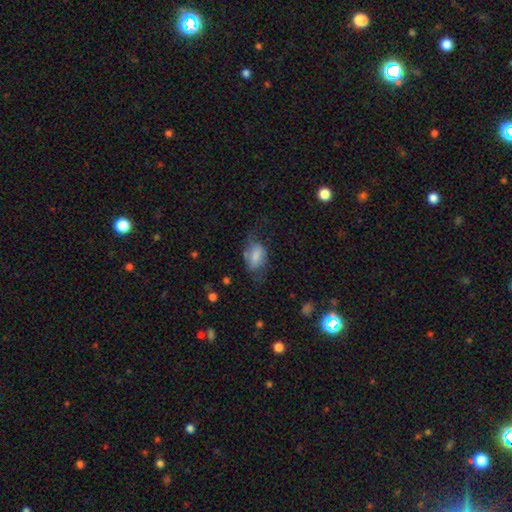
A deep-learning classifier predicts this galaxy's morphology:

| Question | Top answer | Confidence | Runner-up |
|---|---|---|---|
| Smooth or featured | smooth | 62% | featured or disk (30%) |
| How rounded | in between | 87% | round (11%) |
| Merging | none | 41% | minor disturbance (29%) |